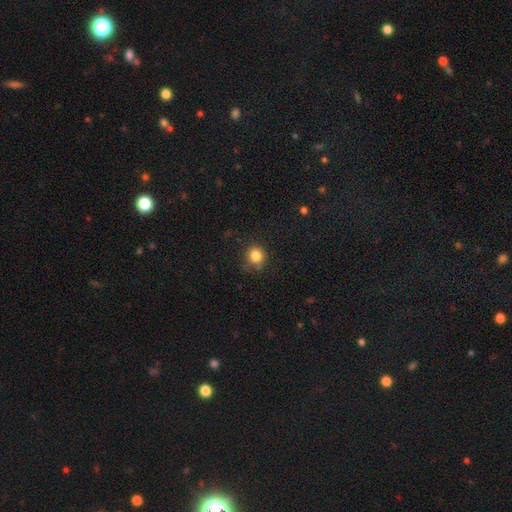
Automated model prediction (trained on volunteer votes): Smooth or featured: smooth — 84% (star or artifact — 12%)
How rounded: round — 85% (in between — 14%)
Merging: none — 76% (minor disturbance — 17%)